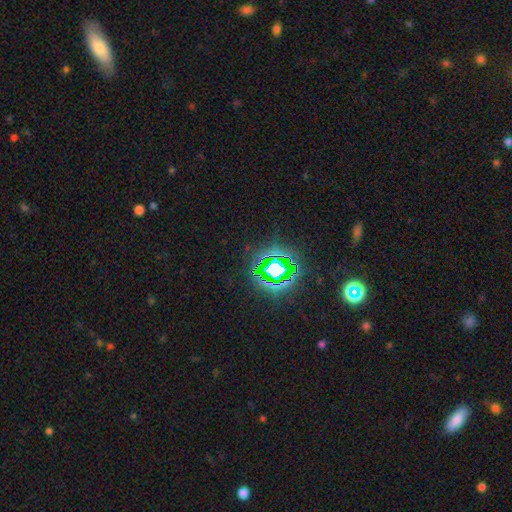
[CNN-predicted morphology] A star or artifact, not a galaxy (83%).